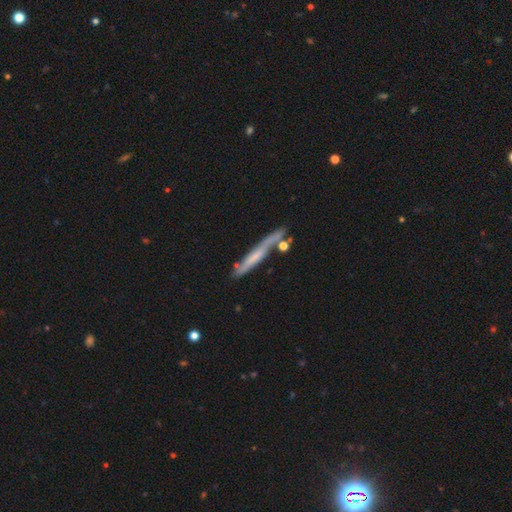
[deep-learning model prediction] The model was most divided on "smooth or featured": featured or disk: 58%, smooth: 35%, star or artifact: 8%. More confident: edge-on disk — yes (85%); merging — none (67%).